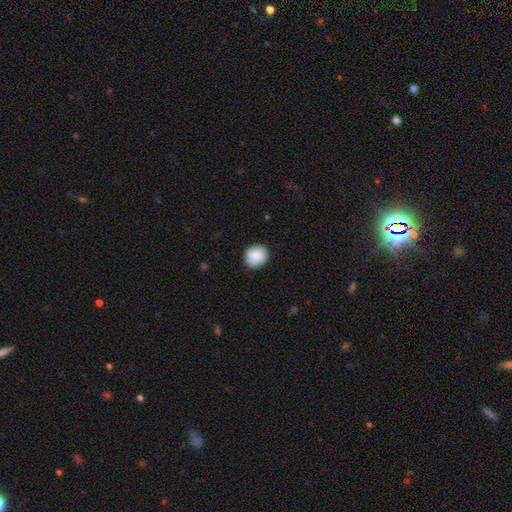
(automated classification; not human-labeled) Smooth or featured?
  - smooth: 85% *
  - featured or disk: 8%
  - star or artifact: 7%
How rounded?
  - round: 86% *
  - in between: 13%
  - cigar-shaped: 1%
Merging?
  - none: 89% *
  - minor disturbance: 8%
  - major disturbance: 2%
  - merger: 1%